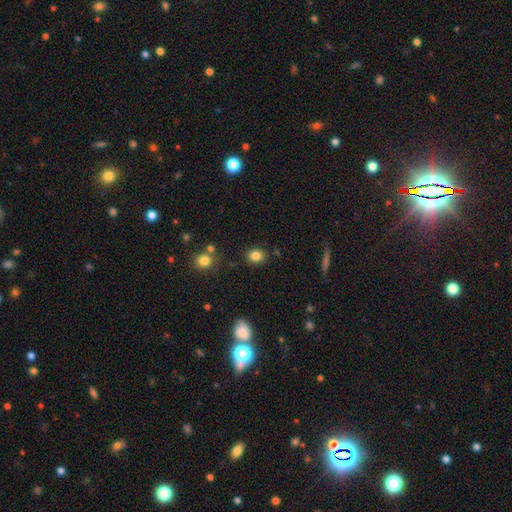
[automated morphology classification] This appears to be a smooth galaxy with no disk features (83%) that is round (63%). Merging: none (84%).